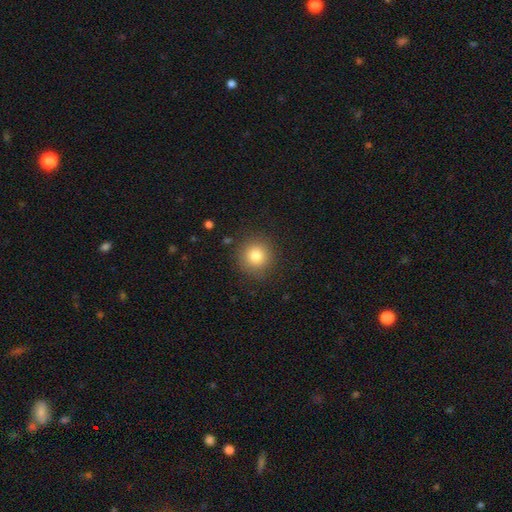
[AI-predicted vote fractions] This is clearly a smooth galaxy (81%). How rounded: clearly round (93%). Merging: clearly none (88%).